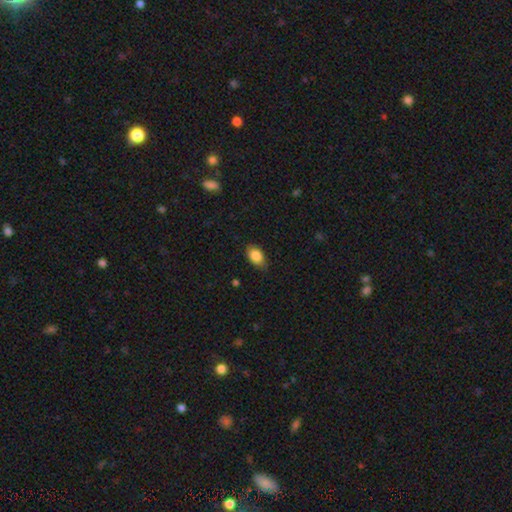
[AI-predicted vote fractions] Smooth or featured? Predicted: smooth (p=0.86). How rounded? Predicted: in between (p=0.89). Merging? Predicted: none (p=0.82).